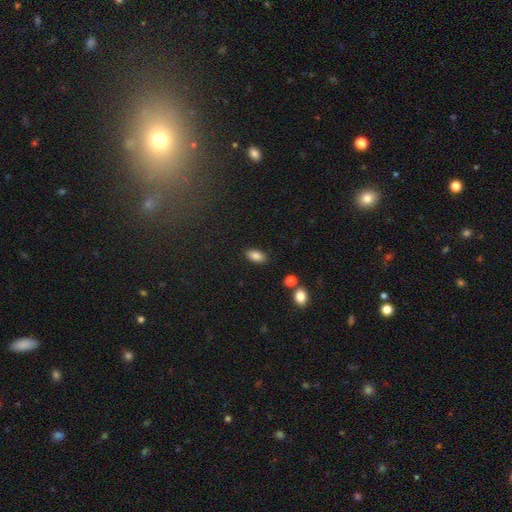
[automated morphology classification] Smooth or featured? smooth (86%)
How rounded? in between (91%)
Merging? none (86%)